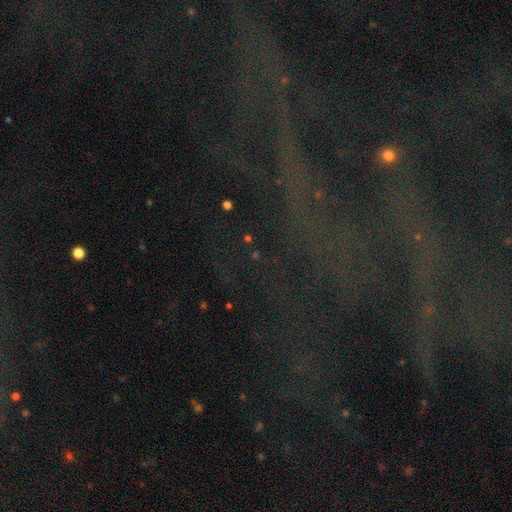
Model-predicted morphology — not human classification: The model was most divided on "smooth or featured": star or artifact: 76%, featured or disk: 14%, smooth: 10%.